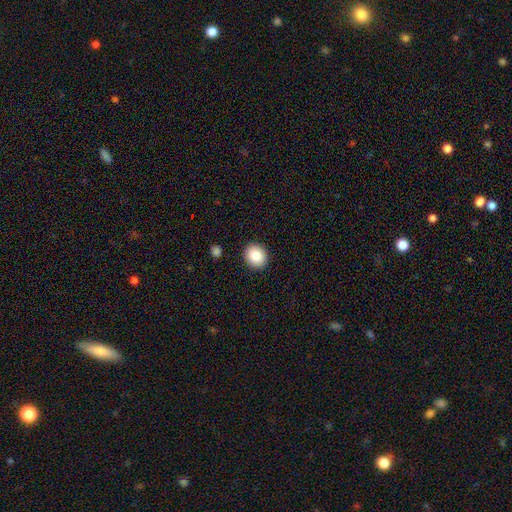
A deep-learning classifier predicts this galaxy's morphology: smooth-or-featured: smooth: 85% | star or artifact: 8% | featured or disk: 6%
  how-rounded: round: 64% | in between: 35% | cigar-shaped: 1%
  merging: none: 90% | minor disturbance: 6% | major disturbance: 2% | merger: 1%